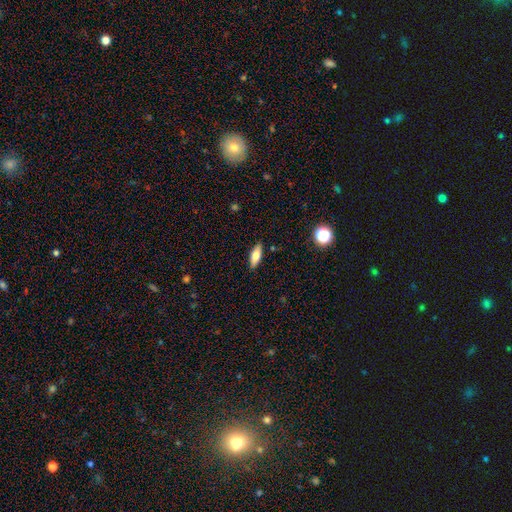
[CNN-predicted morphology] Smooth or featured? Predicted: smooth (p=0.68). How rounded? Predicted: in between (p=0.63). Merging? Predicted: none (p=0.88).